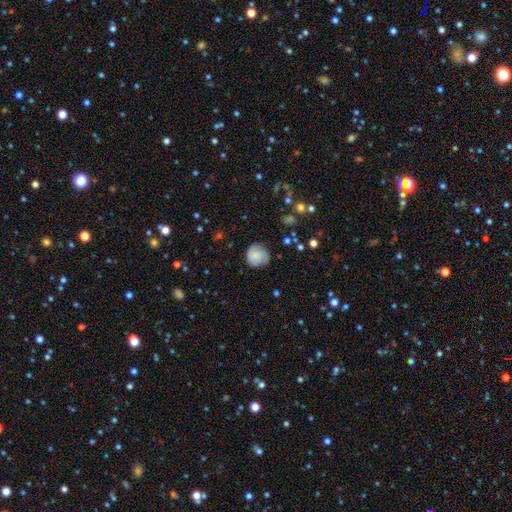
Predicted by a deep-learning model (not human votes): This appears to be a smooth galaxy with no disk features (76%) that is round (89%). Merging: none (76%).